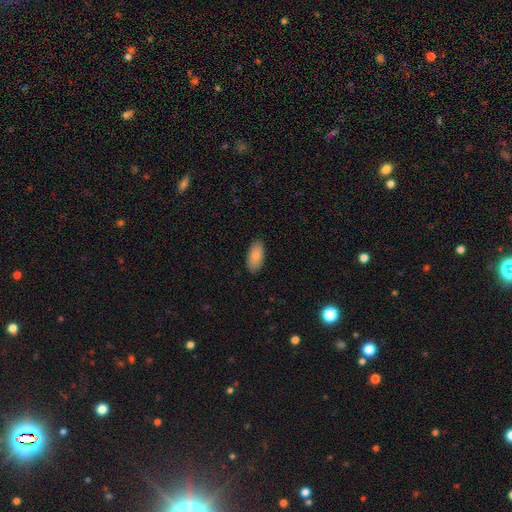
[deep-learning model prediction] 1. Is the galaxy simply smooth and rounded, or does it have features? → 87% smooth, 7% featured or disk, 6% star or artifact.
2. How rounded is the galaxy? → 92% in between, 6% cigar-shaped, 2% round.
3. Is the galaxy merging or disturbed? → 87% none, 10% minor disturbance, 2% major disturbance, 1% merger.